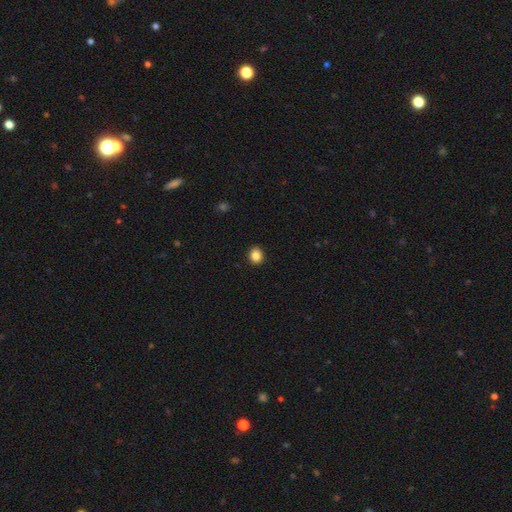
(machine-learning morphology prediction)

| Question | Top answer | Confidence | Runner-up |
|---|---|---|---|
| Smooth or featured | smooth | 85% | star or artifact (10%) |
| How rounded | round | 74% | in between (25%) |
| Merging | none | 92% | minor disturbance (6%) |